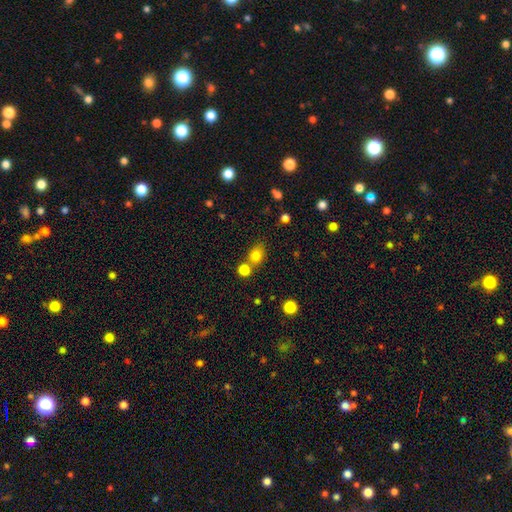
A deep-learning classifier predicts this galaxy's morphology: This is clearly a smooth galaxy (80%). How rounded: possibly in between (51%). Merging: possibly none (55%).